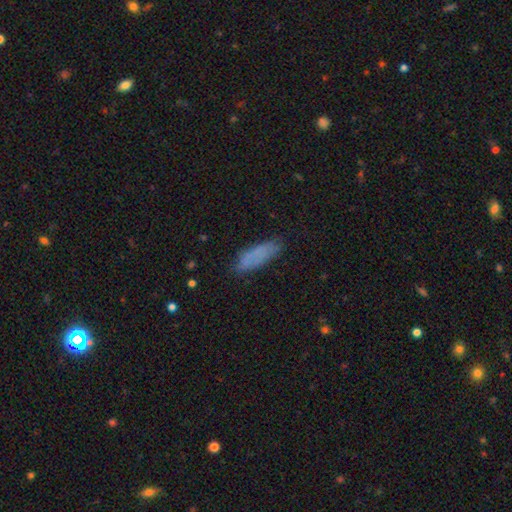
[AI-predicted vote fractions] Smooth or featured? Predicted: smooth (p=0.78). How rounded? Predicted: in between (p=0.51). Merging? Predicted: none (p=0.77).